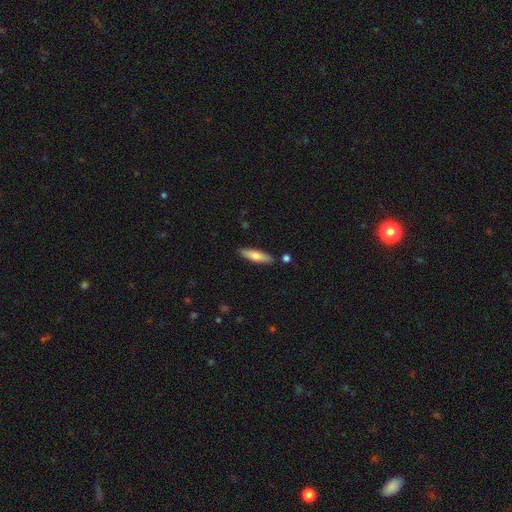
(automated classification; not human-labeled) A smooth galaxy with no disk features (70%) that is cigar-shaped (69%).

Vote fractions:
- Smooth or featured? smooth: 70% / featured or disk: 24% / star or artifact: 6%
- How rounded? cigar-shaped: 69% / in between: 29% / round: 2%
- Merging? none: 86% / minor disturbance: 9% / merger: 3% / major disturbance: 2%